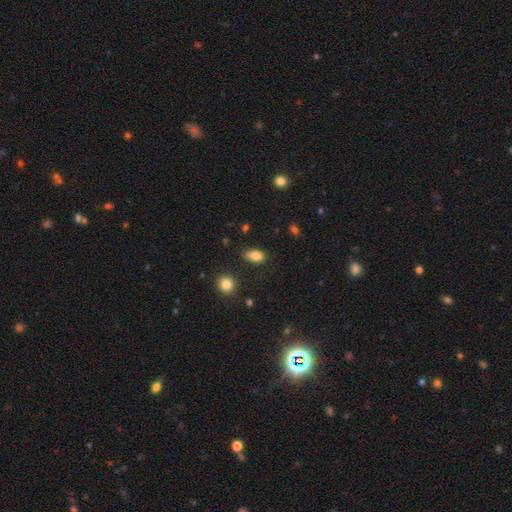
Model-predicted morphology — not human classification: Smooth or featured? smooth (83%)
How rounded? in between (87%)
Merging? none (74%)